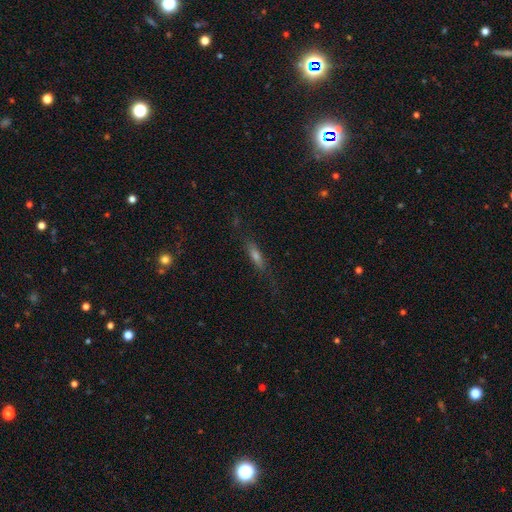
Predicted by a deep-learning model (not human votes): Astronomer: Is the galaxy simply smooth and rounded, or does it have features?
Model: smooth — 49% (runner-up: featured or disk, 37%).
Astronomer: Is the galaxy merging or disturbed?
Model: none — 75%.